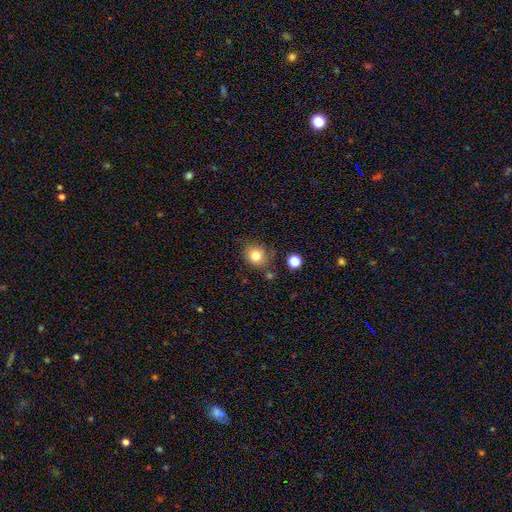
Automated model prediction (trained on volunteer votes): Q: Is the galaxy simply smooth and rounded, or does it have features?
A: smooth — 80%.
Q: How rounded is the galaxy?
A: round — 73%.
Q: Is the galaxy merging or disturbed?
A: none — 73%.